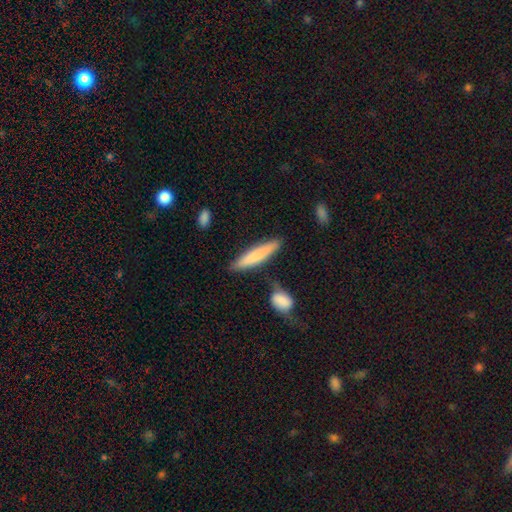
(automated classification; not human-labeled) This appears to be a smooth galaxy with no disk features (72%) that is cigar-shaped (87%). Merging: none (78%).